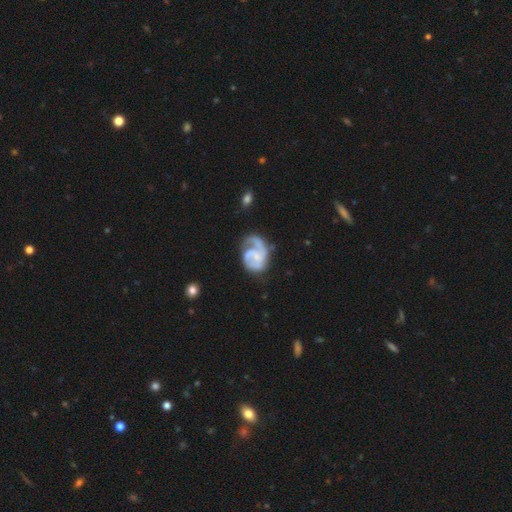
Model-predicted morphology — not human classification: The model was most divided on "bulge size": small: 41%, none: 35%, moderate: 19%, large: 3%, dominant: 1%. Remaining: edge-on disk — no (98%); spiral arms — yes (93%); smooth or featured — featured or disk (80%); bar — no (57%); spiral arm count — 2 (47%); spiral winding — medium (44%); merging — none (42%).